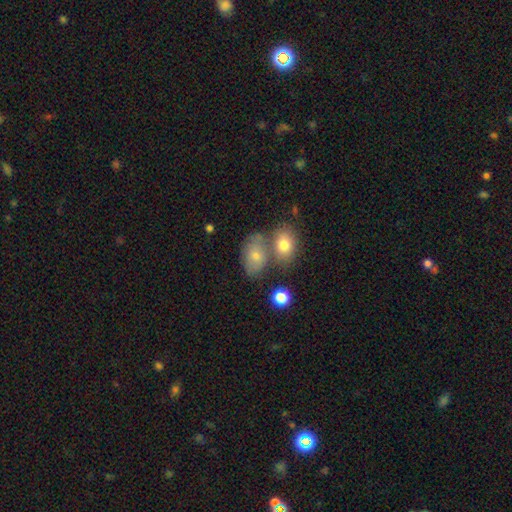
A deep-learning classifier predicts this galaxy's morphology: Q: Smooth or featured?
A: smooth (72%); runner-up: featured or disk (18%)
Q: How rounded?
A: in between (84%); runner-up: round (14%)
Q: Merging?
A: none (42%); runner-up: merger (37%)